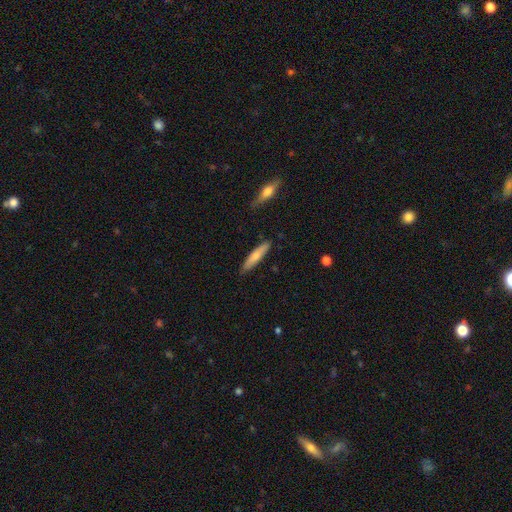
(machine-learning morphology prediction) Smooth or featured?
  - smooth: 69% *
  - featured or disk: 25%
  - star or artifact: 6%
How rounded?
  - cigar-shaped: 84% *
  - in between: 15%
  - round: 1%
Merging?
  - none: 86% *
  - minor disturbance: 11%
  - major disturbance: 2%
  - merger: 2%